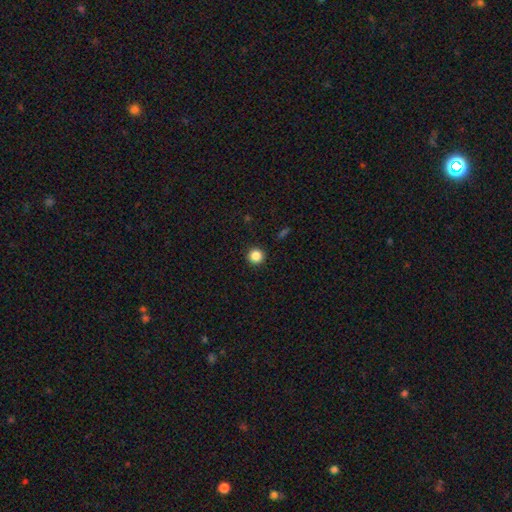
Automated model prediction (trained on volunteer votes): Smooth or featured: smooth — 86% (star or artifact — 11%)
How rounded: round — 96% (in between — 3%)
Merging: none — 93% (minor disturbance — 4%)